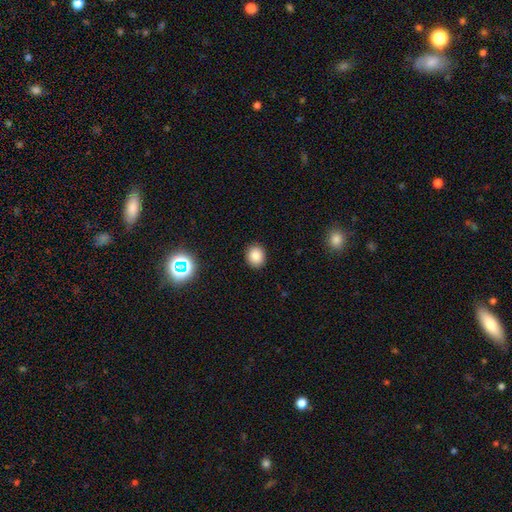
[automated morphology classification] This appears to be a smooth galaxy with no disk features (83%) that is round (73%). Merging: none (90%).